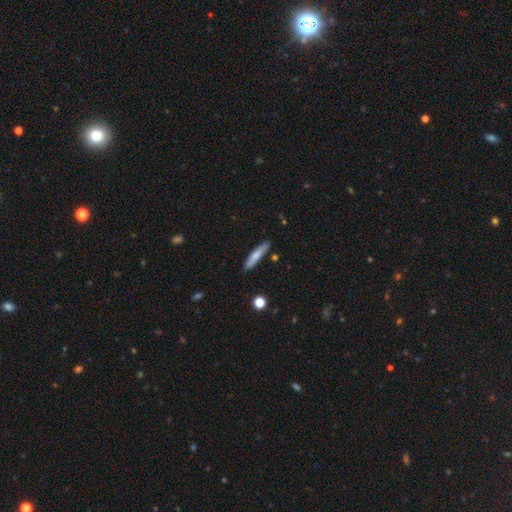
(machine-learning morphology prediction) Smooth or featured? smooth (72%)
How rounded? cigar-shaped (87%)
Merging? none (85%)